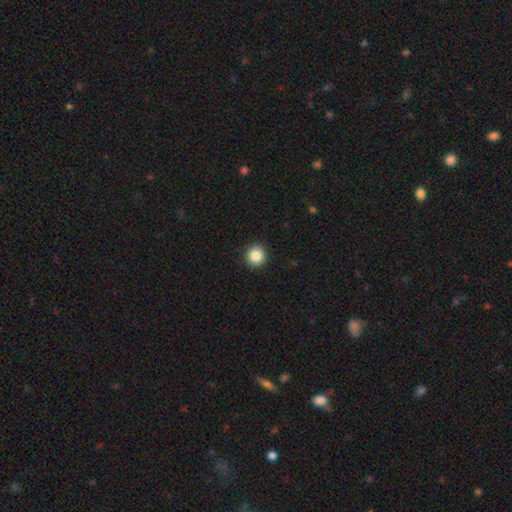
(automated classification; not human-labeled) Q: Smooth or featured?
A: smooth (86%); runner-up: star or artifact (10%)
Q: How rounded?
A: round (96%); runner-up: in between (3%)
Q: Merging?
A: none (93%); runner-up: minor disturbance (5%)